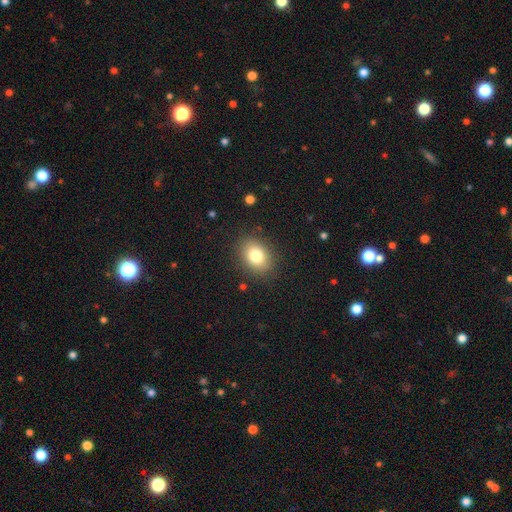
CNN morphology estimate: smooth 81%, star or artifact 10%, featured or disk 9%. Down the decision tree: how rounded — in between (65%); merging — none (86%).